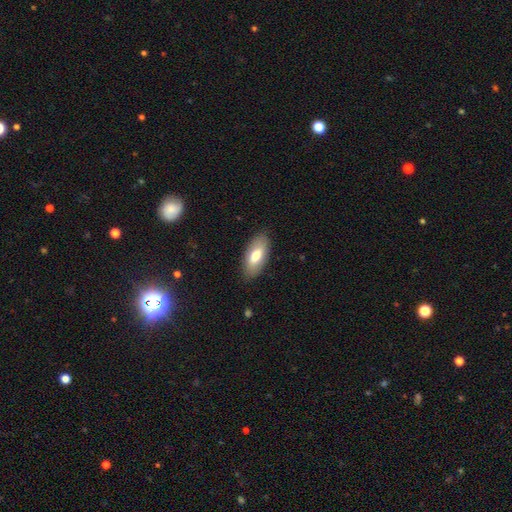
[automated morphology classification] Smooth or featured?
  - smooth: 75% *
  - featured or disk: 19%
  - star or artifact: 6%
How rounded?
  - in between: 88% *
  - cigar-shaped: 10%
  - round: 2%
Merging?
  - none: 86% *
  - minor disturbance: 10%
  - major disturbance: 3%
  - merger: 1%